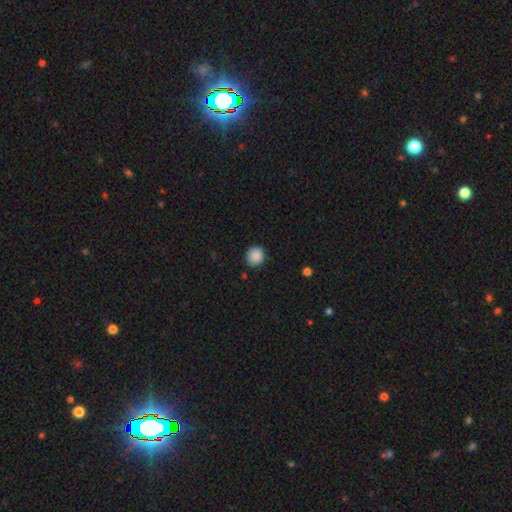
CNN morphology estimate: smooth-or-featured: smooth: 88% | star or artifact: 9% | featured or disk: 3%
  how-rounded: round: 91% | in between: 8% | cigar-shaped: 1%
  merging: none: 85% | minor disturbance: 12% | major disturbance: 2% | merger: 1%